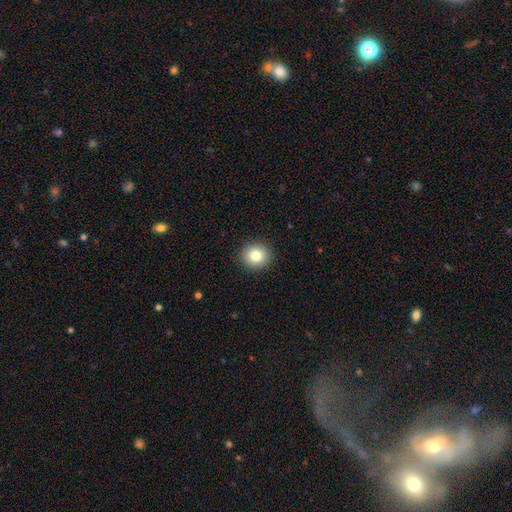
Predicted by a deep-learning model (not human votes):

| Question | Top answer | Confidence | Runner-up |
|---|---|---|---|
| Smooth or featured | smooth | 82% | star or artifact (10%) |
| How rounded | round | 83% | in between (17%) |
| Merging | none | 91% | minor disturbance (6%) |